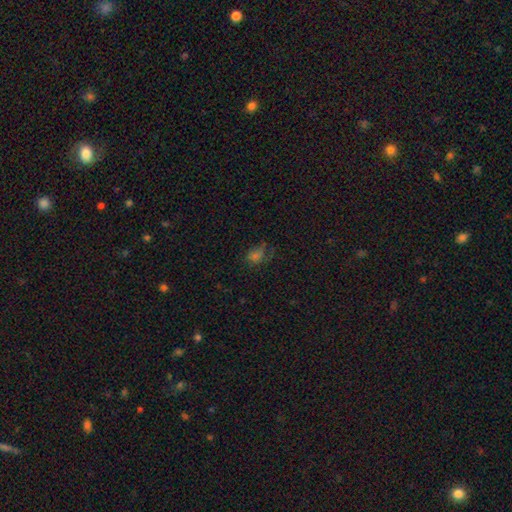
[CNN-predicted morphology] A smooth galaxy with no disk features (48%). Merging: none (48%).